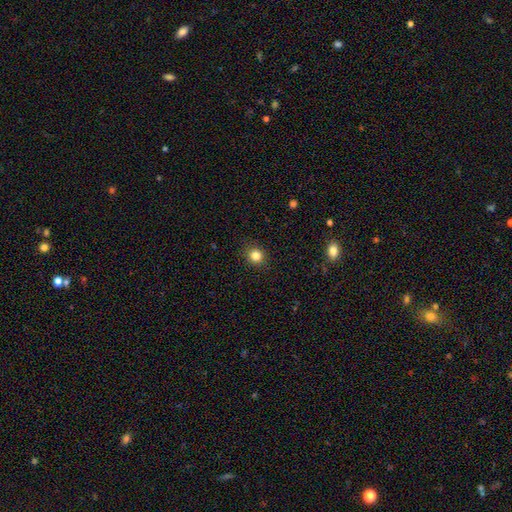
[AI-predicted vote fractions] smooth-or-featured: smooth: 83% | star or artifact: 12% | featured or disk: 5%
  how-rounded: round: 88% | in between: 11% | cigar-shaped: 1%
  merging: none: 90% | minor disturbance: 7% | major disturbance: 2% | merger: 1%